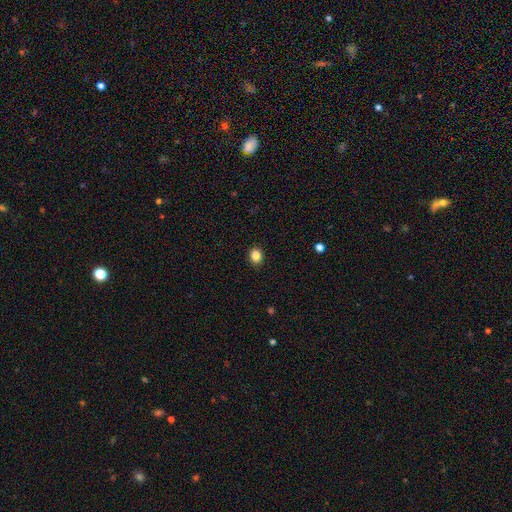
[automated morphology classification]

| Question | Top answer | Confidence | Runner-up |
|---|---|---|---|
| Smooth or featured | smooth | 85% | star or artifact (11%) |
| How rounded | round | 69% | in between (30%) |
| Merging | none | 91% | minor disturbance (7%) |